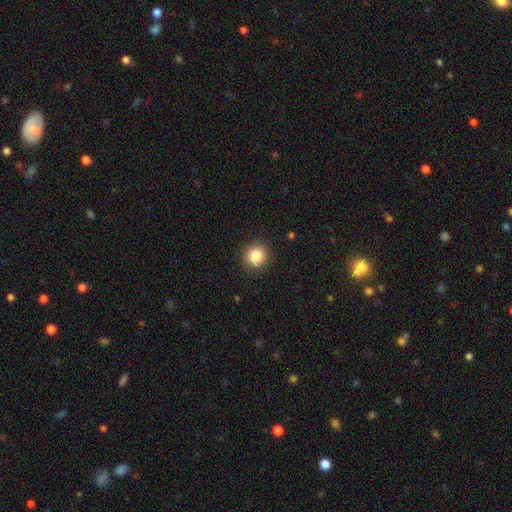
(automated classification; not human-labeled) This appears to be a smooth galaxy with no disk features (85%) that is round (92%). Merging: none (91%).